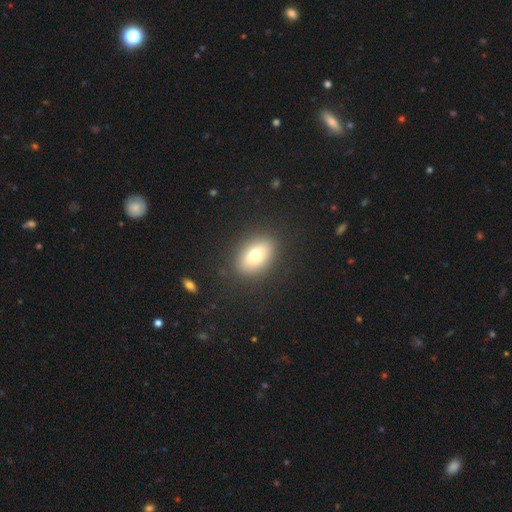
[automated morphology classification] Smooth or featured? smooth (73%)
How rounded? in between (82%)
Merging? none (86%)